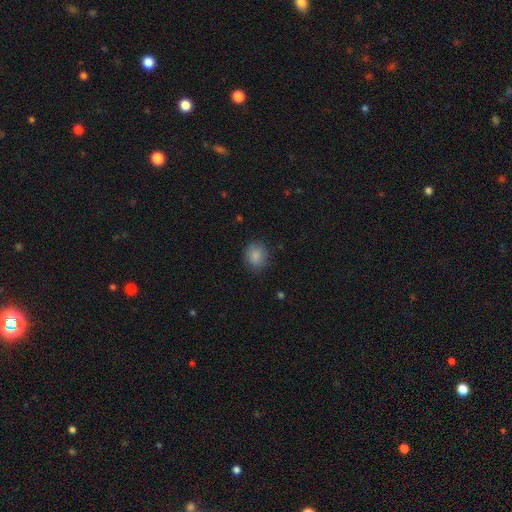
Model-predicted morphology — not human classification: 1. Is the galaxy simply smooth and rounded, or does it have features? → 86% smooth, 9% star or artifact, 5% featured or disk.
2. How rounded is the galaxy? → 74% round, 25% in between, 1% cigar-shaped.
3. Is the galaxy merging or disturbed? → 82% none, 13% minor disturbance, 4% major disturbance, 1% merger.